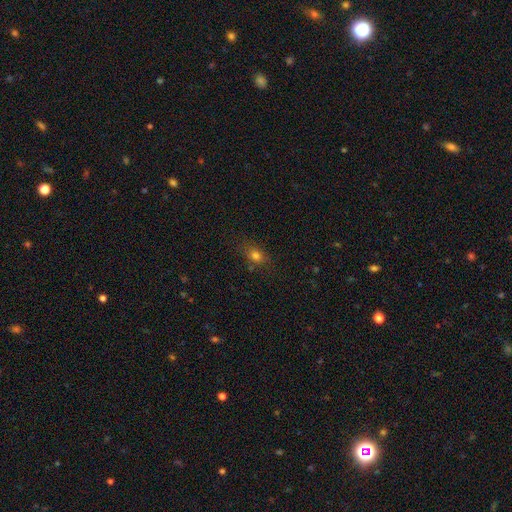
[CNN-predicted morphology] smooth_or_featured: smooth (p=0.75) [alt: star or artifact p=0.15]
how_rounded: in between (p=0.60) [alt: round p=0.37]
merging: none (p=0.75) [alt: minor disturbance p=0.17]